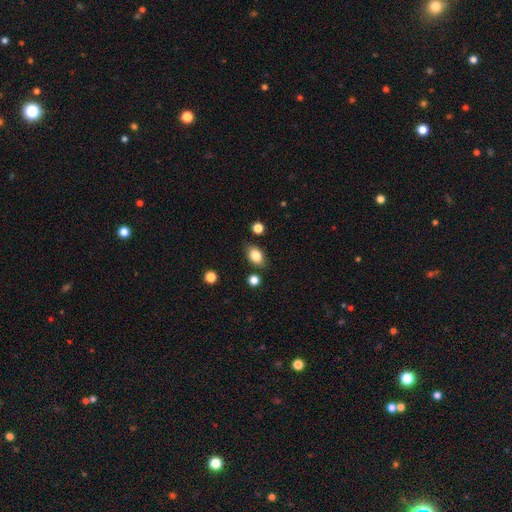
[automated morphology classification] Smooth or featured? Predicted: smooth (p=0.83). How rounded? Predicted: in between (p=0.80). Merging? Predicted: none (p=0.83).